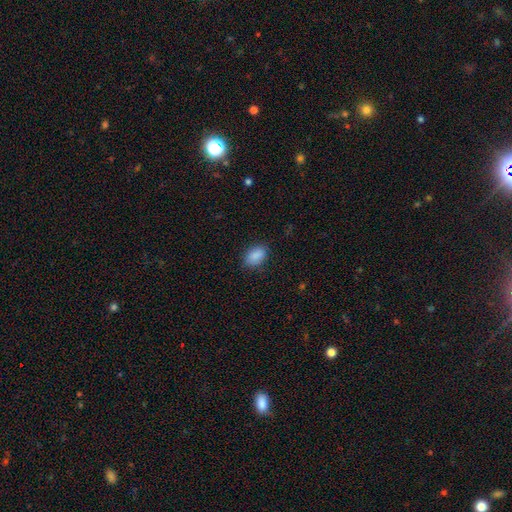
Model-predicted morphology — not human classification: Smooth or featured: smooth — 89% (star or artifact — 8%)
How rounded: in between — 86% (round — 12%)
Merging: none — 82% (minor disturbance — 14%)